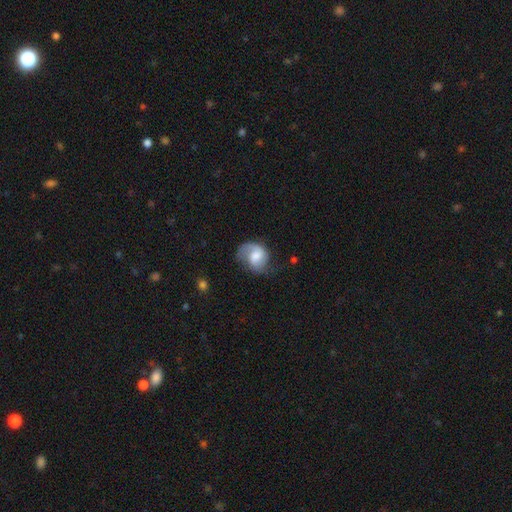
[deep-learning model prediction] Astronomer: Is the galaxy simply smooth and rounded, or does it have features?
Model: featured or disk — 58% (runner-up: smooth, 35%).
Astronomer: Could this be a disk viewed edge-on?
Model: no — 97%.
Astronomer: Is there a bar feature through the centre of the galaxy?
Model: no — 47% (runner-up: weak, 44%).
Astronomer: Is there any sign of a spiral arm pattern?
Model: yes — 89%.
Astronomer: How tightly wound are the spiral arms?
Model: medium — 44% (runner-up: loose, 32%).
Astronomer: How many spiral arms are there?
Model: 2 — 54% (runner-up: 1, 34%).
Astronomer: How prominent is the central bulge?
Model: moderate — 44% (runner-up: large, 25%).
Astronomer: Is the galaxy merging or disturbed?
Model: none — 49% (runner-up: minor disturbance, 28%).